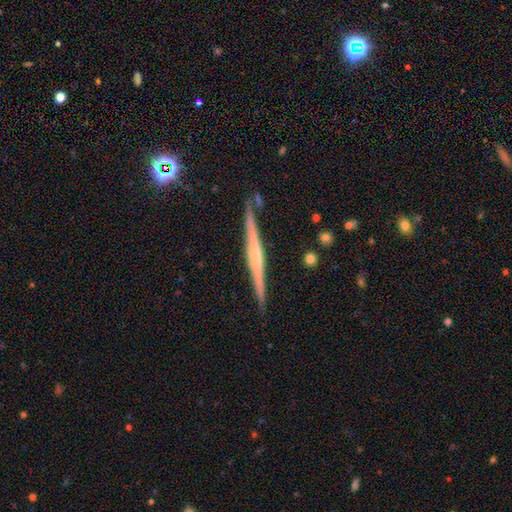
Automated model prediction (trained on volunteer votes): Overall: featured or disk (71%). Edge-on disk: yes (98%). Edge-on bulge: none (47%; rounded 37%). Merging: none (87%).